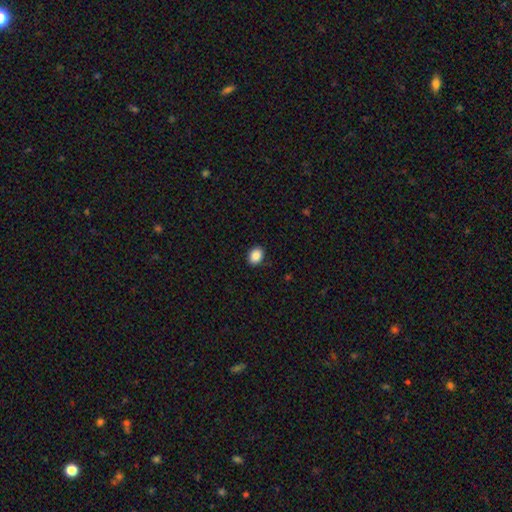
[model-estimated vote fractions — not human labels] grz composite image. It shows a smooth galaxy with no disk features (88%) that is in between round and cigar-shaped (64%). Merging: none (90%).